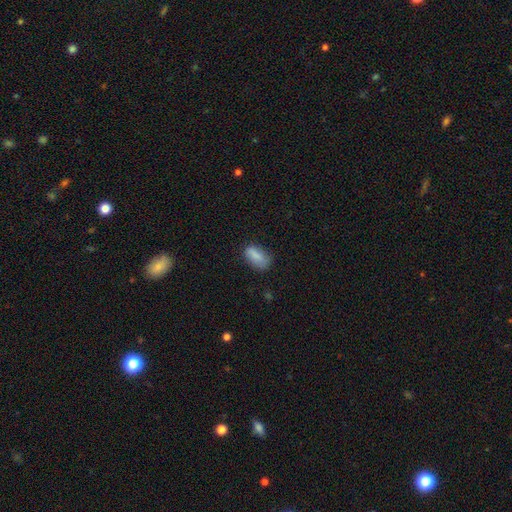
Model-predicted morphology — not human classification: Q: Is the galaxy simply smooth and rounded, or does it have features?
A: smooth — 85%.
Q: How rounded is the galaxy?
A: in between — 89%.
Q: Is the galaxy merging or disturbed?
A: none — 70%.